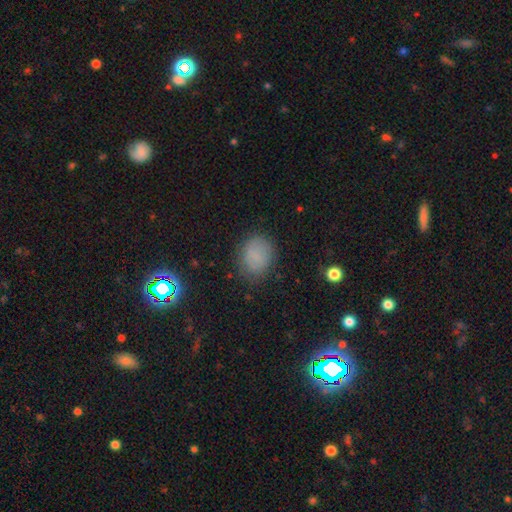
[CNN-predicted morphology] smooth-or-featured: smooth: 77% | star or artifact: 14% | featured or disk: 8%
  how-rounded: round: 50% | in between: 49% | cigar-shaped: 1%
  merging: none: 79% | minor disturbance: 15% | major disturbance: 4% | merger: 1%